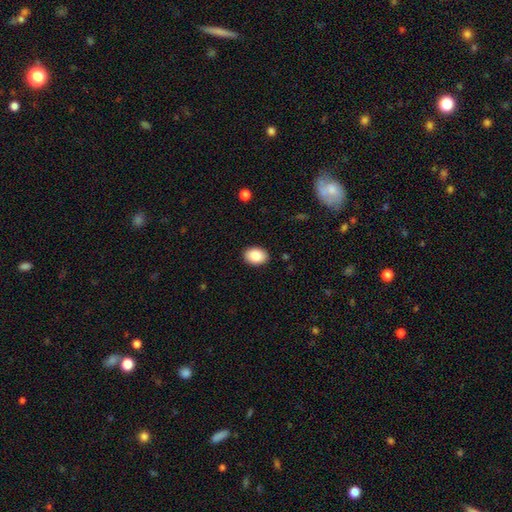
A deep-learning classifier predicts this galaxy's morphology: The model was most divided on "how rounded": in between: 78%, round: 21%, cigar-shaped: 1%. More confident: merging — none (89%); smooth or featured — smooth (87%).